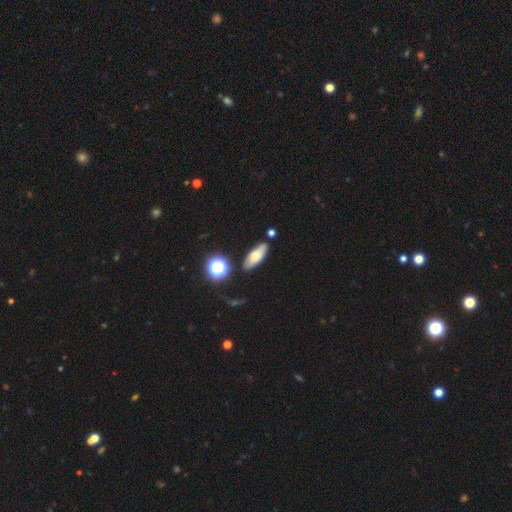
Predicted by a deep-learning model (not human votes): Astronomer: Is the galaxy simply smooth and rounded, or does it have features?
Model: smooth — 69%.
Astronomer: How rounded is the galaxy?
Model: in between — 71%.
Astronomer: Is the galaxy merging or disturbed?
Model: none — 80%.